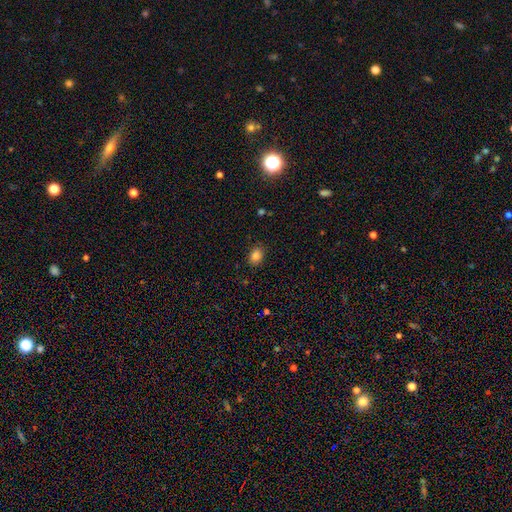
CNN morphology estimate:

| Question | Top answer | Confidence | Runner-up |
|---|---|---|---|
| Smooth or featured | smooth | 84% | star or artifact (11%) |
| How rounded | in between | 65% | round (34%) |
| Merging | none | 85% | minor disturbance (11%) |